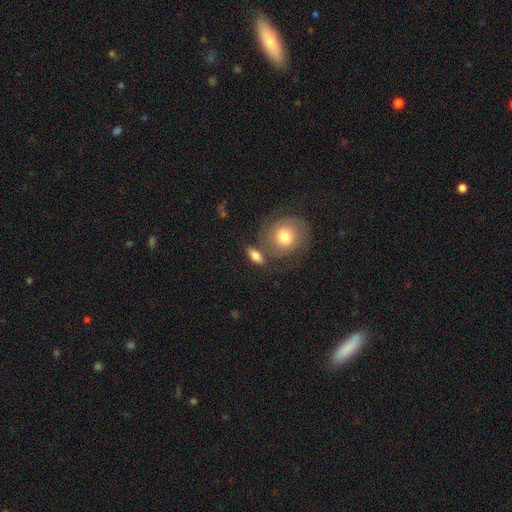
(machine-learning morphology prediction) smooth 70%, featured or disk 22%, star or artifact 8%. Down the decision tree: how rounded — in between (73%); merging — none (61%).